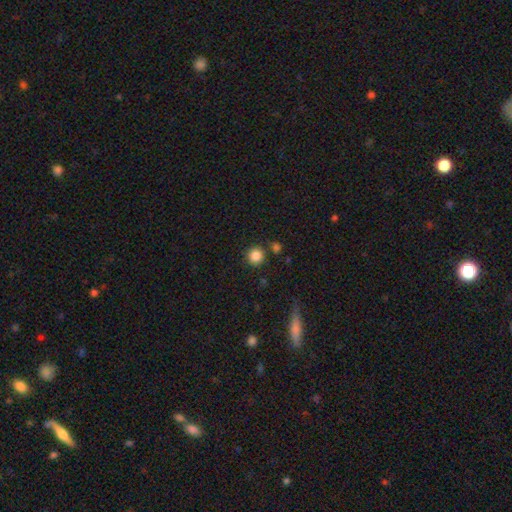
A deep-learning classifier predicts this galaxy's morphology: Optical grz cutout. It shows a smooth galaxy with no disk features (85%) that is round (93%). Merging: none (82%).